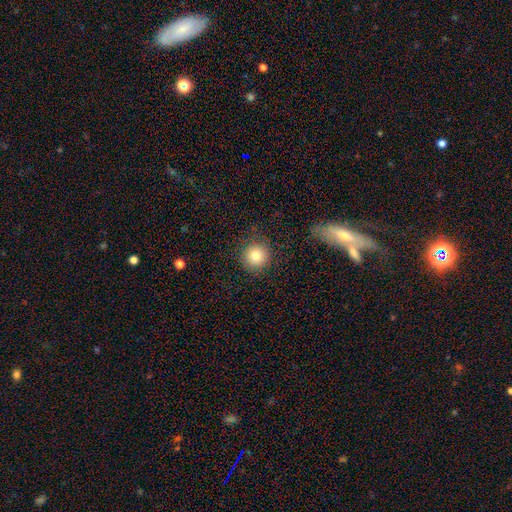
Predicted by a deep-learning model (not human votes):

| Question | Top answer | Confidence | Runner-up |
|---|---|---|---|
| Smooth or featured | smooth | 81% | star or artifact (11%) |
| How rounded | round | 94% | in between (5%) |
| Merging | none | 87% | minor disturbance (8%) |